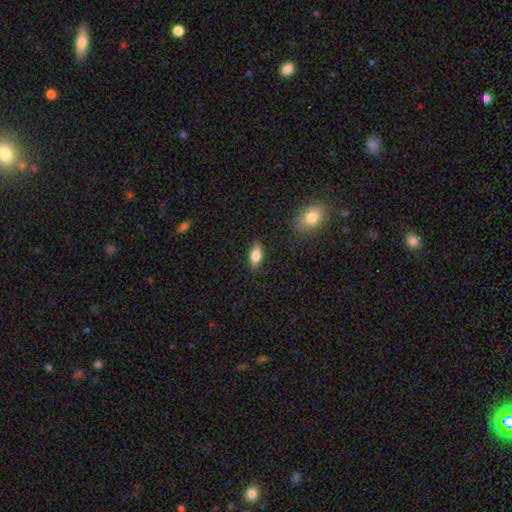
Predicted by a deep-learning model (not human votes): Smooth or featured?
  - smooth: 72% *
  - featured or disk: 21%
  - star or artifact: 7%
How rounded?
  - in between: 78% *
  - cigar-shaped: 18%
  - round: 4%
Merging?
  - none: 84% *
  - minor disturbance: 12%
  - major disturbance: 3%
  - merger: 2%